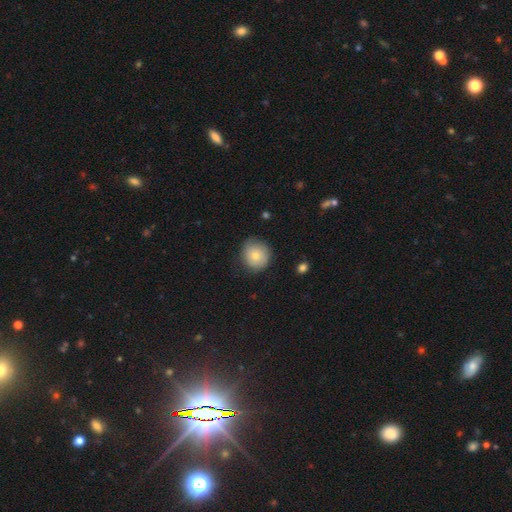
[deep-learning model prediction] Morphology: type=smooth (77%); roundness=round (87%); merging=none (76%).